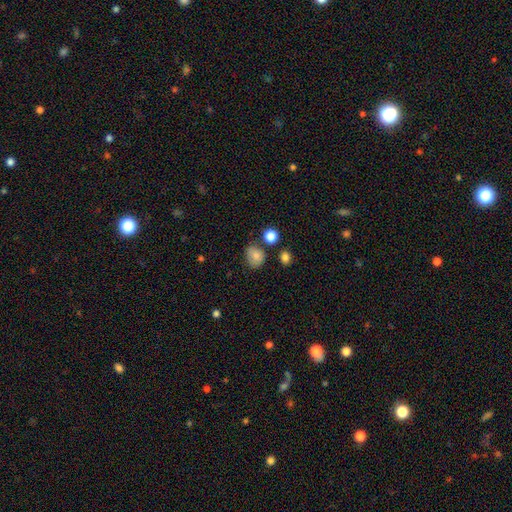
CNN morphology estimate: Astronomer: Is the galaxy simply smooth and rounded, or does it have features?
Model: smooth — 80%.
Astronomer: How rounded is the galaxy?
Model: round — 57% (runner-up: in between, 43%).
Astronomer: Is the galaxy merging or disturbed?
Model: none — 65%.